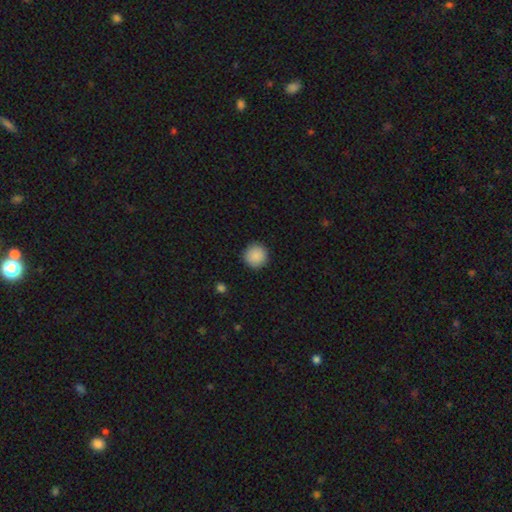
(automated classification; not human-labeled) smooth_or_featured: smooth (p=0.89) [alt: star or artifact p=0.08]
how_rounded: round (p=0.96) [alt: in between p=0.03]
merging: none (p=0.92) [alt: minor disturbance p=0.05]